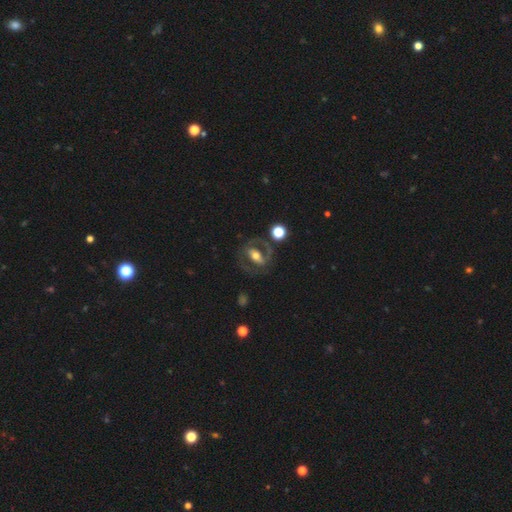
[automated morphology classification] Smooth or featured?
  - featured or disk: 65% *
  - smooth: 27%
  - star or artifact: 8%
Edge-on disk?
  - no: 91% *
  - yes: 9%
Bar?
  - strong: 39% *
  - no: 36%
  - weak: 26%
Spiral arms?
  - no: 50% * (tied)
  - yes: 50% * (tied)
Bulge size?
  - moderate: 64% *
  - small: 16%
  - large: 16%
  - dominant: 2%
  - none: 2%
Merging?
  - none: 65% *
  - major disturbance: 16%
  - minor disturbance: 15%
  - merger: 4%